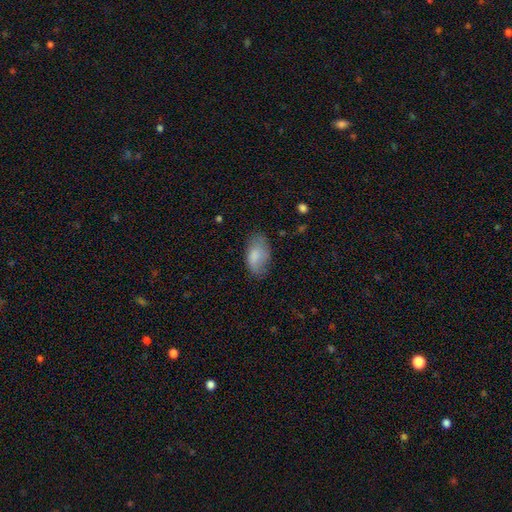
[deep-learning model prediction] A smooth galaxy with no disk features (80%) that is in between round and cigar-shaped (94%).

Vote fractions:
- Smooth or featured? smooth: 80% / featured or disk: 13% / star or artifact: 7%
- How rounded? in between: 94% / round: 4% / cigar-shaped: 2%
- Merging? none: 62% / minor disturbance: 28% / major disturbance: 9% / merger: 2%